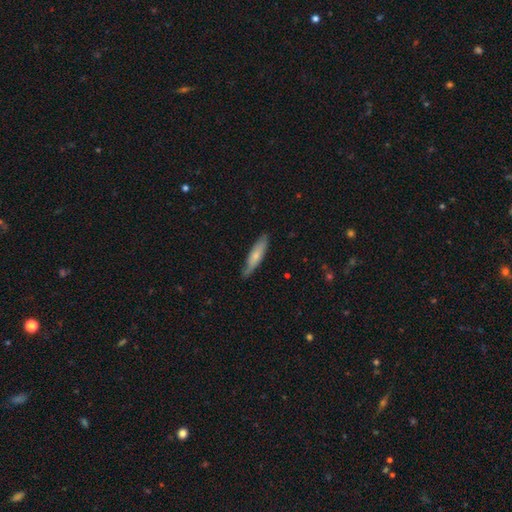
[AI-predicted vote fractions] Smooth or featured? Predicted: smooth (p=0.62). How rounded? Predicted: cigar-shaped (p=0.77). Merging? Predicted: none (p=0.78).